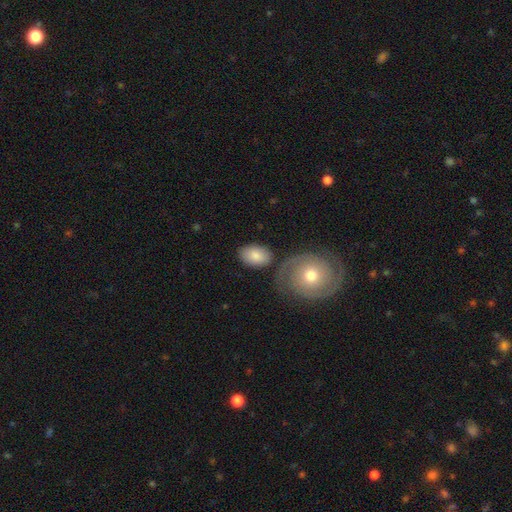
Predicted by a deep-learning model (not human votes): smooth 83%, featured or disk 11%, star or artifact 6%. Down the decision tree: how rounded — in between (85%); merging — none (71%).